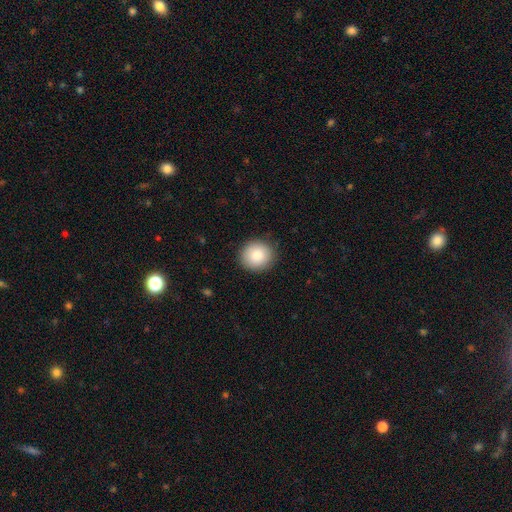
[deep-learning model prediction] smooth_or_featured: smooth (p=0.86) [alt: star or artifact p=0.07]
how_rounded: round (p=0.85) [alt: in between p=0.14]
merging: none (p=0.89) [alt: minor disturbance p=0.08]